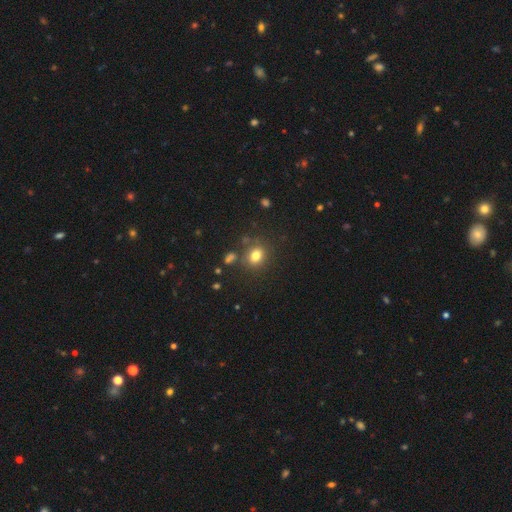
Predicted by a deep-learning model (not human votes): This appears to be a smooth galaxy with no disk features (78%) that is round (49%, tied with in between). Merging: none (76%).